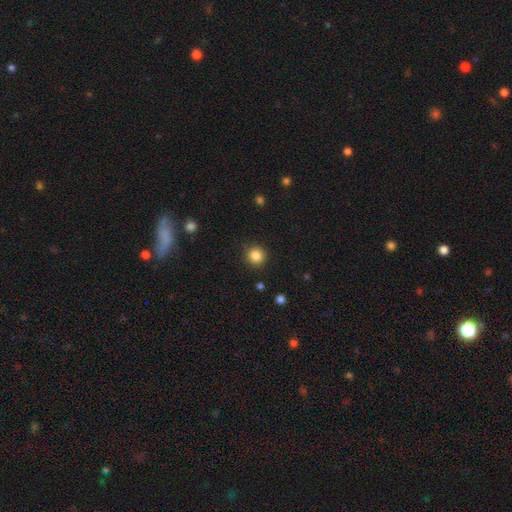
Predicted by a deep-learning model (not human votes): smooth-or-featured: smooth: 85% | star or artifact: 11% | featured or disk: 4%
  how-rounded: round: 94% | in between: 5% | cigar-shaped: 1%
  merging: none: 89% | minor disturbance: 7% | major disturbance: 2% | merger: 1%